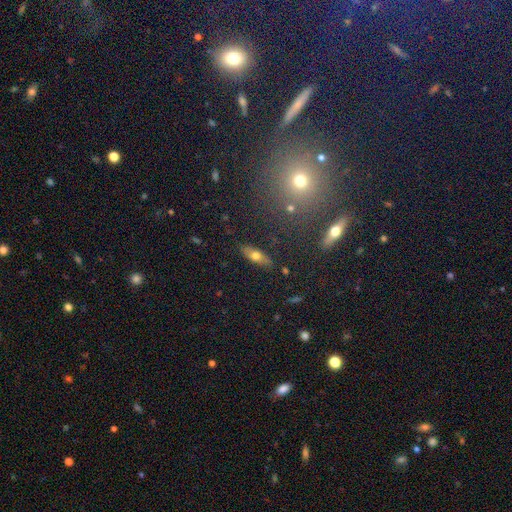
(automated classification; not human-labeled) Overall: smooth (61%; featured or disk 31%). How rounded: in between (64%; cigar-shaped 32%). Merging: none (86%).